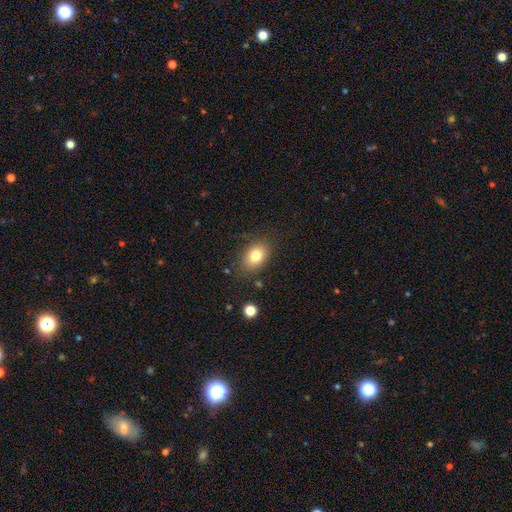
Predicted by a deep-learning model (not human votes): A smooth galaxy with no disk features (80%) that is in between round and cigar-shaped (76%). Merging: none (81%).